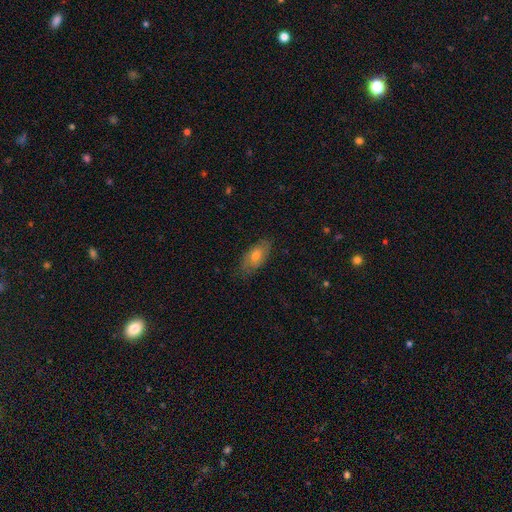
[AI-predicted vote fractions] Smooth or featured? Predicted: smooth (p=0.54). How rounded? Predicted: in between (p=0.87). Merging? Predicted: none (p=0.76).